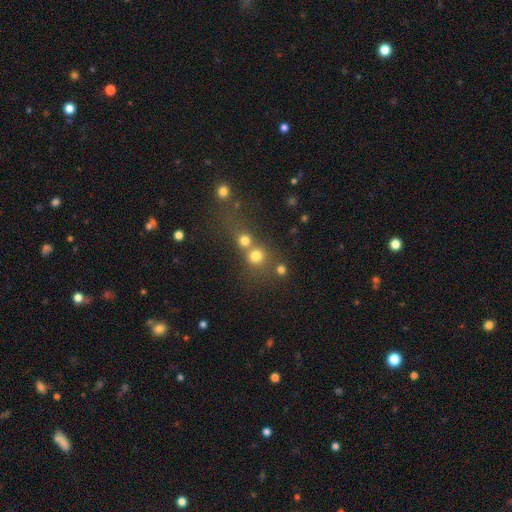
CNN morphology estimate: smooth-or-featured: smooth: 73% | star or artifact: 17% | featured or disk: 10%
  how-rounded: round: 87% | in between: 11% | cigar-shaped: 1%
  merging: merger: 45% | none: 44% | minor disturbance: 7% | major disturbance: 5%